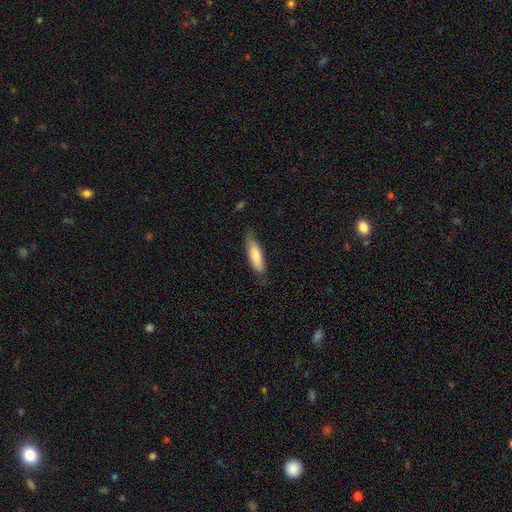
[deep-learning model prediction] Smooth or featured? smooth (81%)
How rounded? cigar-shaped (57%)
Merging? none (73%)